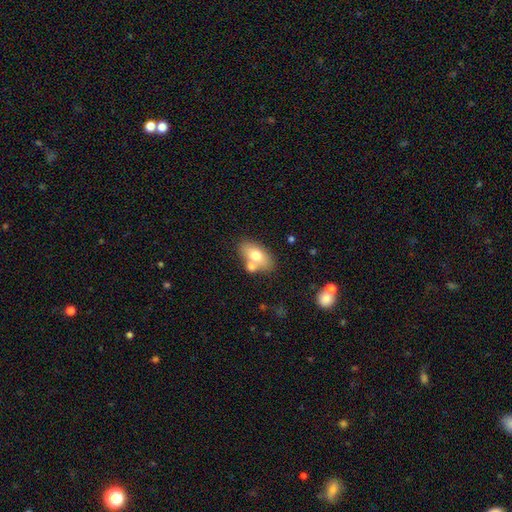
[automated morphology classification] Smooth or featured? Predicted: smooth (p=0.70). How rounded? Predicted: in between (p=0.90). Merging? Predicted: none (p=0.59).